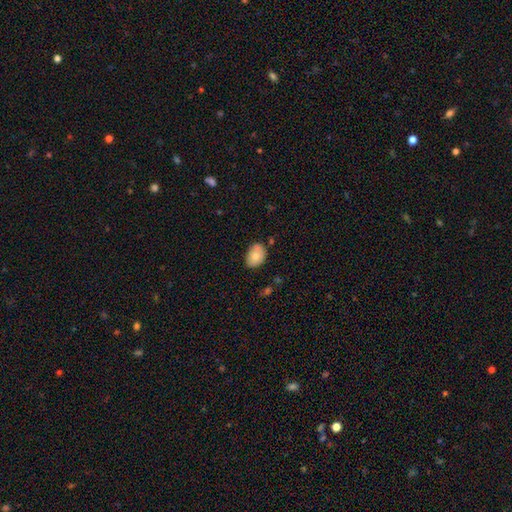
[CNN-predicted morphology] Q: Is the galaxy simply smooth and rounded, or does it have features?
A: smooth — 78%.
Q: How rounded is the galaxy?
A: in between — 76%.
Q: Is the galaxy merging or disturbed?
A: none — 69%.